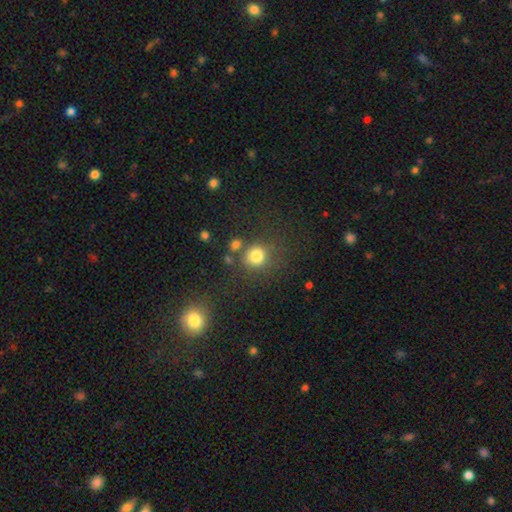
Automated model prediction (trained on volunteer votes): smooth-or-featured: smooth: 79% | star or artifact: 14% | featured or disk: 7%
  how-rounded: round: 85% | in between: 14% | cigar-shaped: 1%
  merging: none: 68% | minor disturbance: 13% | merger: 13% | major disturbance: 6%